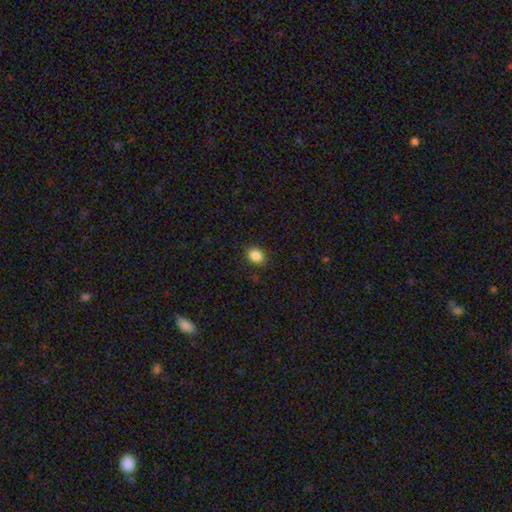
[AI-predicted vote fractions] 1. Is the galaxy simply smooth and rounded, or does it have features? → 87% smooth, 10% star or artifact, 4% featured or disk.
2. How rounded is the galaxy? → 54% round, 45% in between, 1% cigar-shaped.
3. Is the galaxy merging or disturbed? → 88% none, 9% minor disturbance, 2% major disturbance, 1% merger.